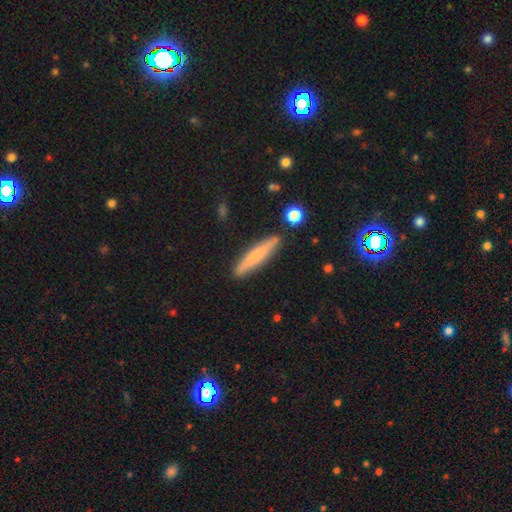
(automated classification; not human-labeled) This appears to be a smooth galaxy with no disk features (66%) that is cigar-shaped (91%). Merging: none (87%).